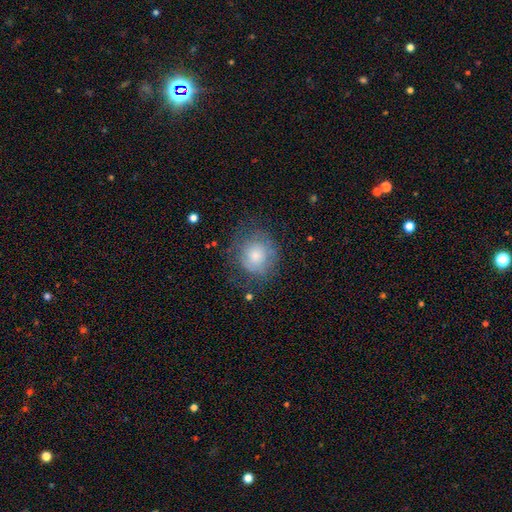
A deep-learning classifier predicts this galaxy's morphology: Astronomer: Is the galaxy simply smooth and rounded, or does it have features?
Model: smooth — 66%.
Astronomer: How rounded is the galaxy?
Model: round — 83%.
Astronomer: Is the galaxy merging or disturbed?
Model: none — 59%.